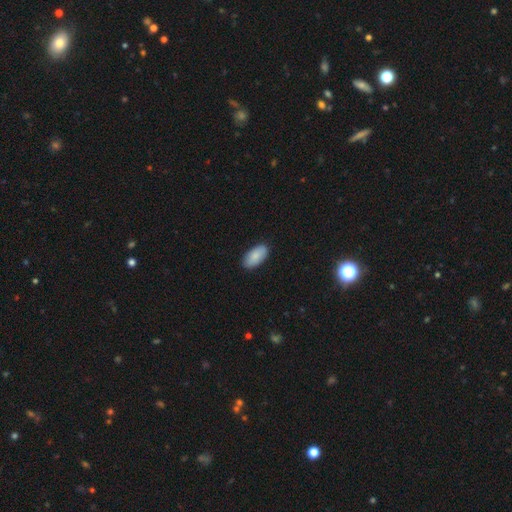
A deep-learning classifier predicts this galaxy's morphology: Smooth or featured?
  - smooth: 86% *
  - featured or disk: 8%
  - star or artifact: 6%
How rounded?
  - in between: 94% *
  - cigar-shaped: 4%
  - round: 2%
Merging?
  - none: 89% *
  - minor disturbance: 9%
  - major disturbance: 2%
  - merger: 1%